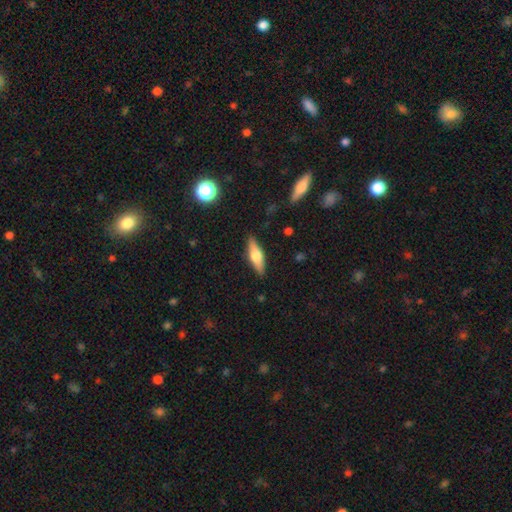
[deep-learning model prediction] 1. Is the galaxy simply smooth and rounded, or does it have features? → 49% smooth, 44% featured or disk, 6% star or artifact.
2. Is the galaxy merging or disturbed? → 88% none, 9% minor disturbance, 2% major disturbance, 1% merger.